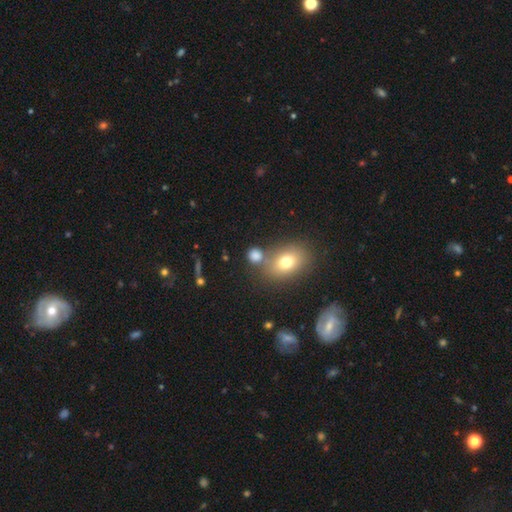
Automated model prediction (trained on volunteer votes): Q: Smooth or featured?
A: smooth (77%); runner-up: star or artifact (14%)
Q: How rounded?
A: round (70%); runner-up: in between (28%)
Q: Merging?
A: none (65%); runner-up: merger (19%)